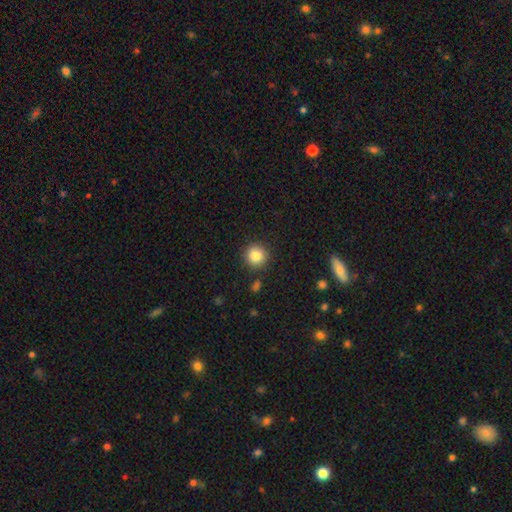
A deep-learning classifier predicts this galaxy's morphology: Overall: smooth (86%). How rounded: round (92%). Merging: none (88%).